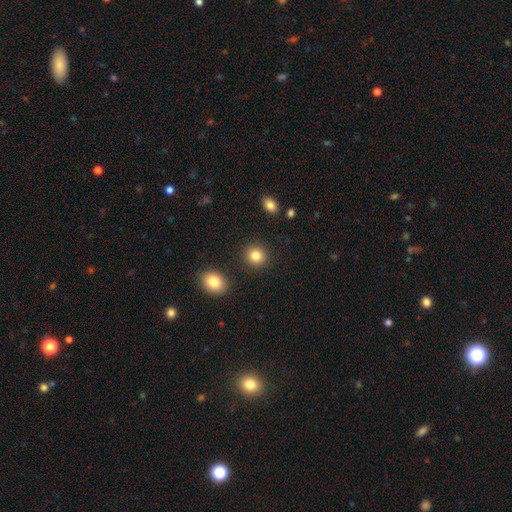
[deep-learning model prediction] Smooth or featured?
  - smooth: 85% *
  - star or artifact: 10%
  - featured or disk: 6%
How rounded?
  - round: 88% *
  - in between: 11%
  - cigar-shaped: 1%
Merging?
  - none: 90% *
  - minor disturbance: 6%
  - merger: 2%
  - major disturbance: 2%